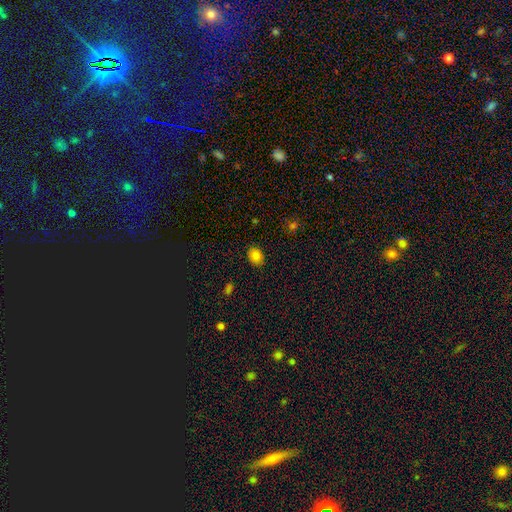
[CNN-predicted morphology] Q: Smooth or featured?
A: smooth (84%); runner-up: star or artifact (10%)
Q: How rounded?
A: in between (61%); runner-up: round (38%)
Q: Merging?
A: none (88%); runner-up: minor disturbance (9%)